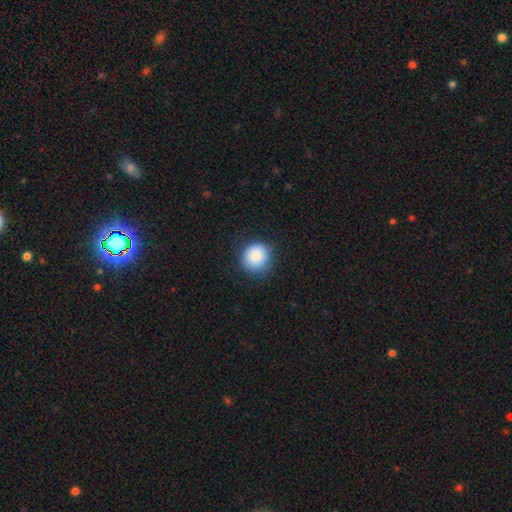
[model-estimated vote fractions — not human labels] Morphology: type=smooth (84%); roundness=round (90%); merging=none (82%).